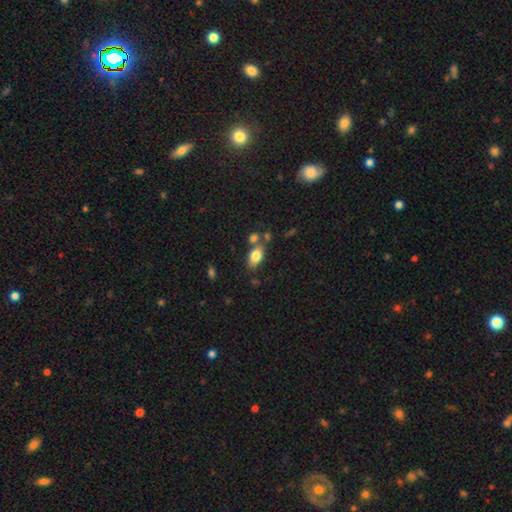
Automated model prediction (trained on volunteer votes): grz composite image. It shows a smooth galaxy with no disk features (80%) that is in between round and cigar-shaped (89%). Merging: none (64%).